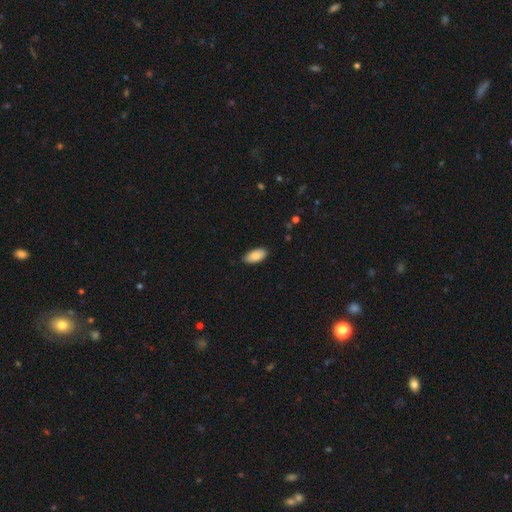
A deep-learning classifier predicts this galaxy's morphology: smooth_or_featured: smooth (p=0.86) [alt: featured or disk p=0.07]
how_rounded: in between (p=0.94) [alt: cigar-shaped p=0.04]
merging: none (p=0.86) [alt: minor disturbance p=0.12]